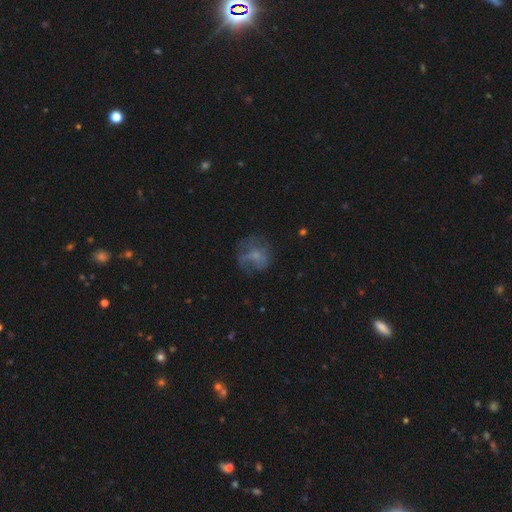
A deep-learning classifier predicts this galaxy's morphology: A smooth galaxy with no disk features (47%).

Vote fractions:
- Smooth or featured? smooth: 47% / featured or disk: 38% / star or artifact: 14%
- Merging? none: 50% / major disturbance: 27% / minor disturbance: 21% / merger: 2%